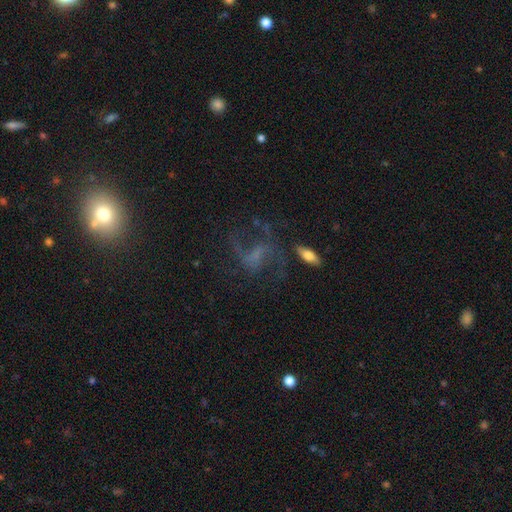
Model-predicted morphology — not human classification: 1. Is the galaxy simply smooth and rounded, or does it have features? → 62% featured or disk, 21% star or artifact, 17% smooth.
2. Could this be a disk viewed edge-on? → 95% no, 5% yes.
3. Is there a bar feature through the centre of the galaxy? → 43% no, 37% weak, 20% strong.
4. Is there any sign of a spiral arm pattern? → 77% yes, 23% no.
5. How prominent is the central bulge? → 54% none, 24% small, 15% moderate, 5% large, 2% dominant.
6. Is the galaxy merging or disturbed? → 51% none, 28% major disturbance, 16% minor disturbance, 5% merger.